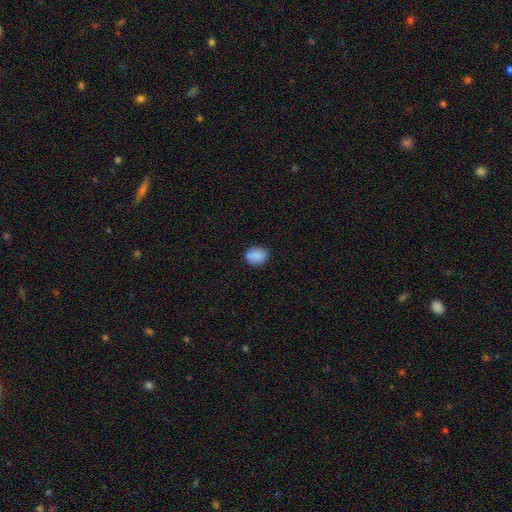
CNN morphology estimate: Overall: smooth (88%). How rounded: in between (56%; round 43%). Merging: none (83%).